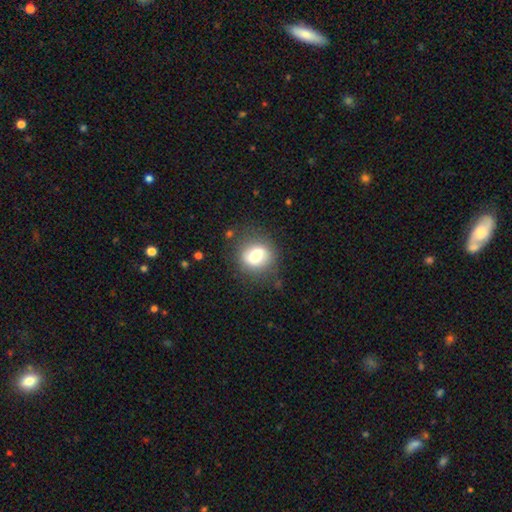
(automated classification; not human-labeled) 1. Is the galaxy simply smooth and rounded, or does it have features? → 62% smooth, 29% featured or disk, 9% star or artifact.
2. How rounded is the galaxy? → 63% round, 35% in between, 2% cigar-shaped.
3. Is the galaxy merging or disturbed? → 75% none, 16% minor disturbance, 6% major disturbance, 2% merger.